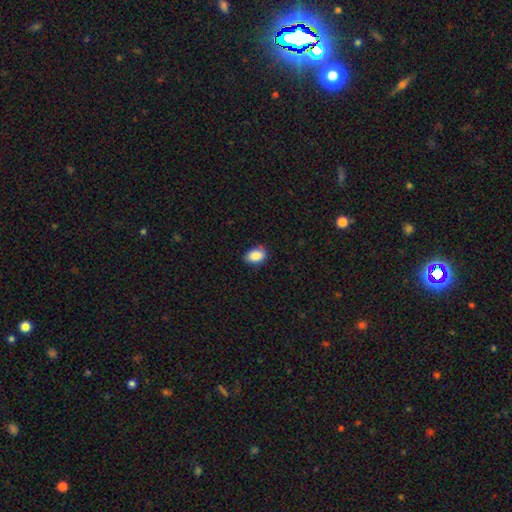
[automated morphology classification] Smooth or featured? smooth (88%)
How rounded? in between (81%)
Merging? none (75%)